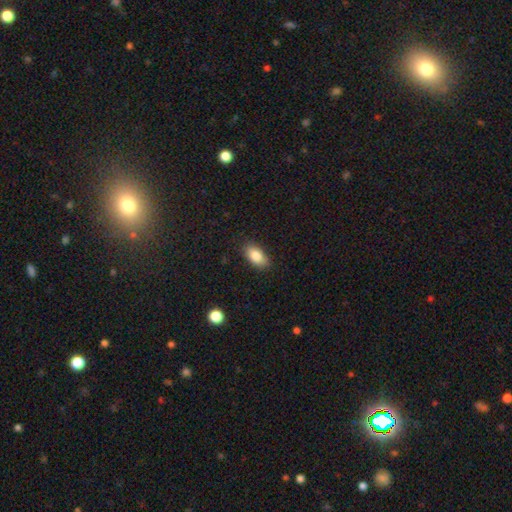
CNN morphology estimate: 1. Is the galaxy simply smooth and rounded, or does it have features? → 85% smooth, 8% featured or disk, 7% star or artifact.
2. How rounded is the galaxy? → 92% in between, 5% round, 3% cigar-shaped.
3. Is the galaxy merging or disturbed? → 85% none, 12% minor disturbance, 3% major disturbance, 1% merger.